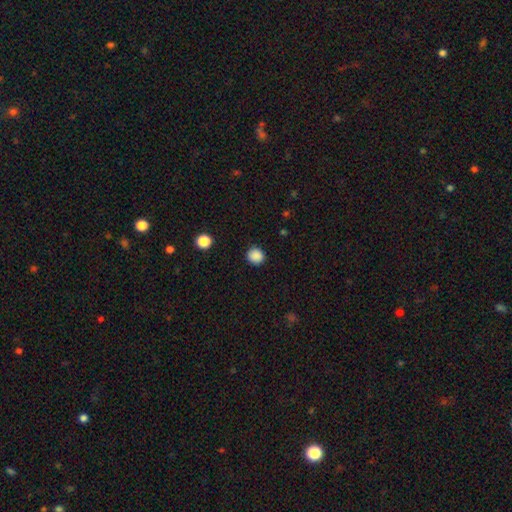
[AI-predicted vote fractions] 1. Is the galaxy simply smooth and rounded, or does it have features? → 87% smooth, 10% star or artifact, 3% featured or disk.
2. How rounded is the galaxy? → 88% round, 11% in between, 1% cigar-shaped.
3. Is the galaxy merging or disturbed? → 89% none, 8% minor disturbance, 2% major disturbance, 1% merger.